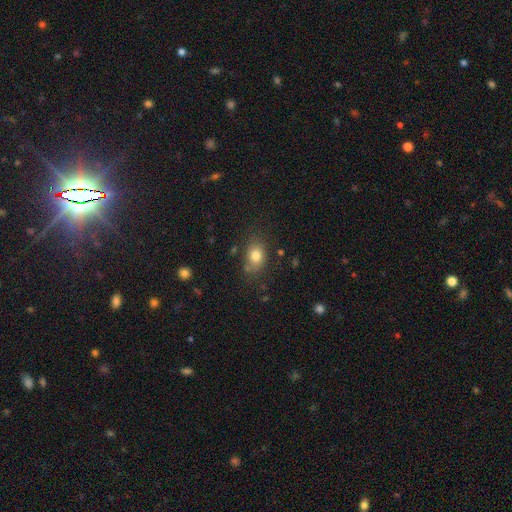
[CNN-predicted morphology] This appears to be a smooth galaxy with no disk features (80%) that is in between round and cigar-shaped (67%). Merging: none (73%).